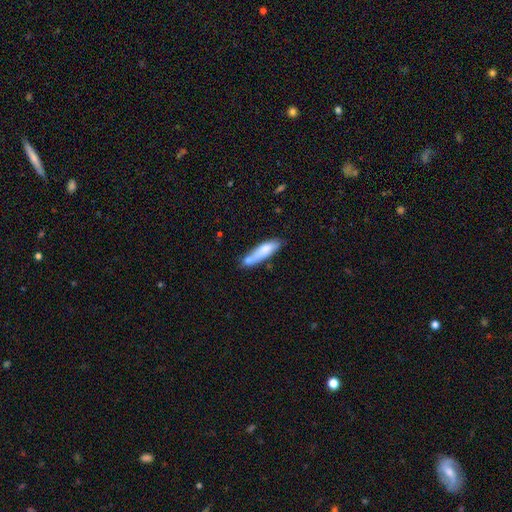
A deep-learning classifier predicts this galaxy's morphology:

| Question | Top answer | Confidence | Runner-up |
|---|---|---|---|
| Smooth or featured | smooth | 74% | featured or disk (20%) |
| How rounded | cigar-shaped | 73% | in between (26%) |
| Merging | none | 52% | minor disturbance (23%) |